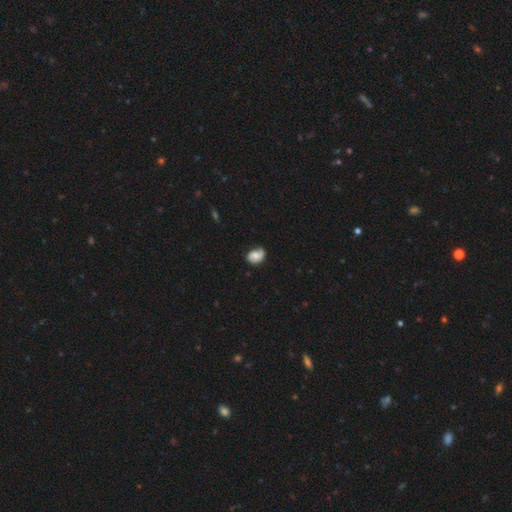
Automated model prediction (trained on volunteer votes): Morphology: type=smooth (61%); roundness=in between (66%); merging=none (57%).